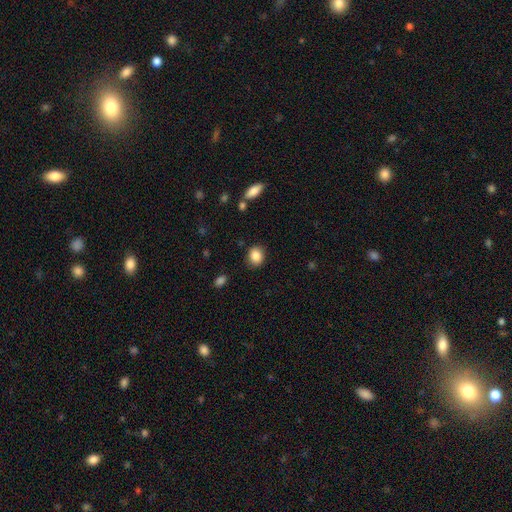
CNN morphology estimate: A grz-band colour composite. It shows a smooth galaxy with no disk features (87%) that is round (64%). Merging: none (86%).